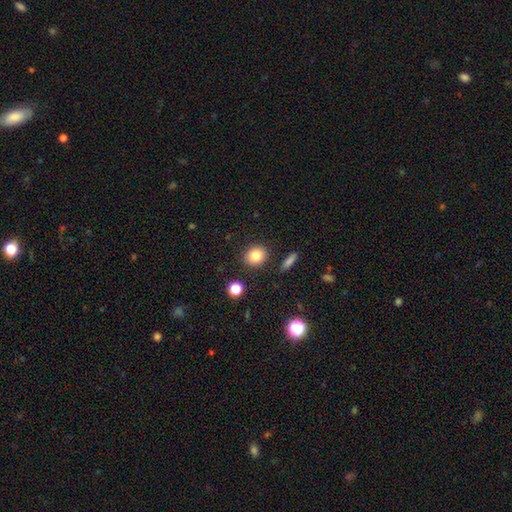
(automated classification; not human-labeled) This appears to be a smooth galaxy with no disk features (83%) that is round (75%). Merging: none (88%).